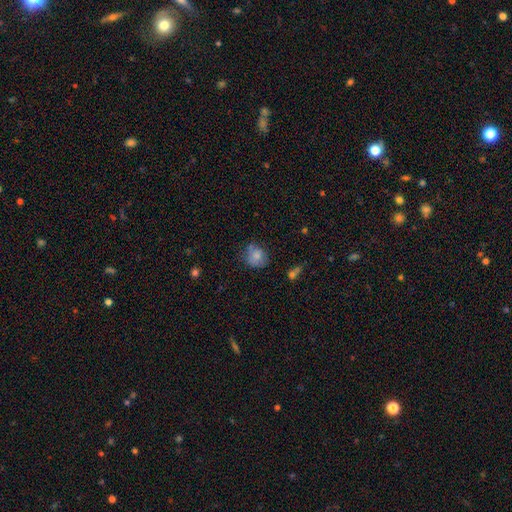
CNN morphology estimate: This is likely a smooth galaxy (76%). How rounded: likely round (70%). Merging: possibly none (56%).